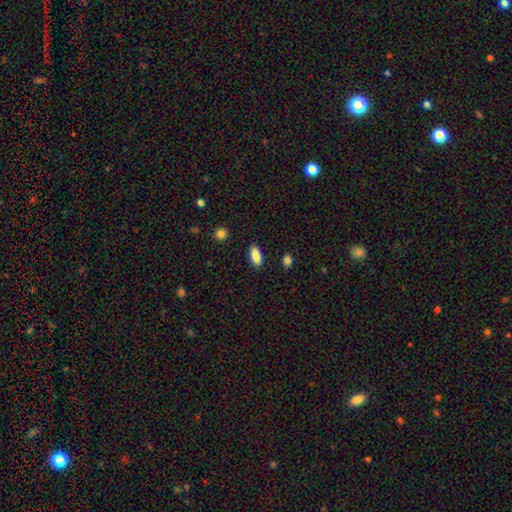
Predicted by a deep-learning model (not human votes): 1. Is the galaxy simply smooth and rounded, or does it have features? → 85% smooth, 7% featured or disk, 7% star or artifact.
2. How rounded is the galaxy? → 88% in between, 9% cigar-shaped, 3% round.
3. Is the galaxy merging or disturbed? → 88% none, 9% minor disturbance, 2% major disturbance, 1% merger.